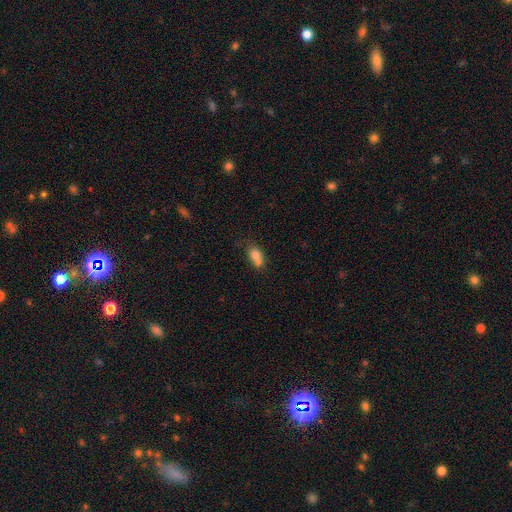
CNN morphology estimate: A smooth galaxy with no disk features (73%) that is in between round and cigar-shaped (67%).

Vote fractions:
- Smooth or featured? smooth: 73% / featured or disk: 17% / star or artifact: 10%
- How rounded? in between: 67% / round: 30% / cigar-shaped: 4%
- Merging? merger: 48% / none: 32% / minor disturbance: 15% / major disturbance: 6%